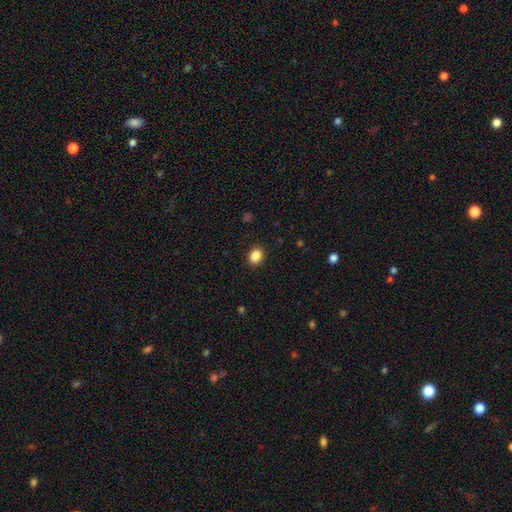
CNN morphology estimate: smooth 88%, star or artifact 9%, featured or disk 3%. Down the decision tree: how rounded — in between (60%); merging — none (90%).